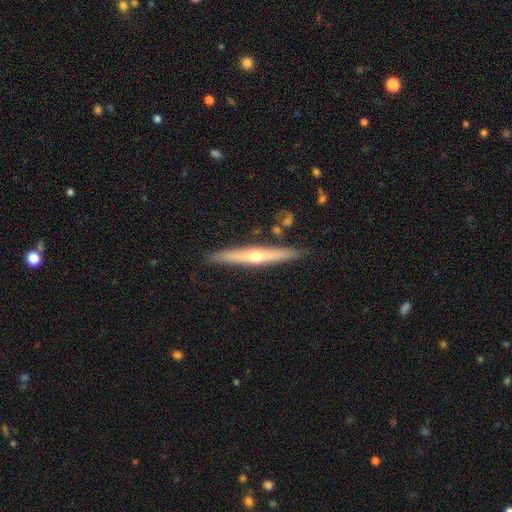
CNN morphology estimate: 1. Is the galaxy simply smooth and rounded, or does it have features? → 66% featured or disk, 28% smooth, 6% star or artifact.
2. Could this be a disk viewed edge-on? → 96% yes, 4% no.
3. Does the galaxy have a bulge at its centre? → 88% rounded, 10% none, 2% boxy.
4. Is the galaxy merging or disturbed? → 87% none, 8% minor disturbance, 3% merger, 2% major disturbance.